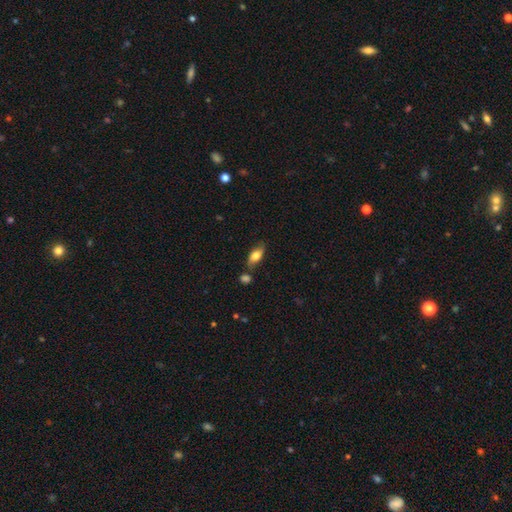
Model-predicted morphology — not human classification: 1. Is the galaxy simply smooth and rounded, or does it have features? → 74% smooth, 19% featured or disk, 7% star or artifact.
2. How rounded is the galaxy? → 85% in between, 11% cigar-shaped, 4% round.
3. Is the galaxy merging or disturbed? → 71% none, 17% minor disturbance, 9% merger, 4% major disturbance.